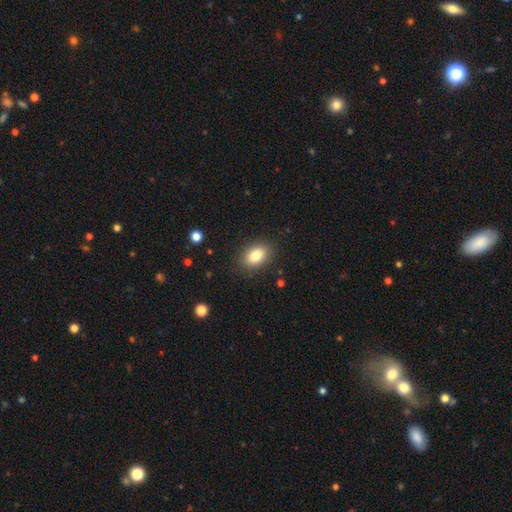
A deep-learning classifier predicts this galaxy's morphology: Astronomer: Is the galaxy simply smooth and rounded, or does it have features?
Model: smooth — 82%.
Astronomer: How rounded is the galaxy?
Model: in between — 82%.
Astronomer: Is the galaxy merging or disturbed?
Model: none — 87%.